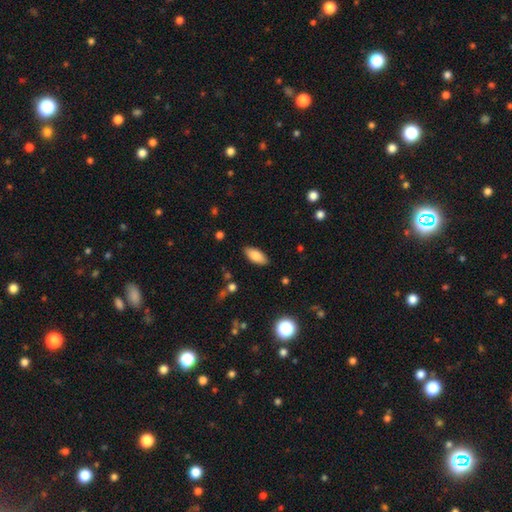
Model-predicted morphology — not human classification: This appears to be a smooth galaxy with no disk features (83%) that is in between round and cigar-shaped (88%). Merging: none (87%).